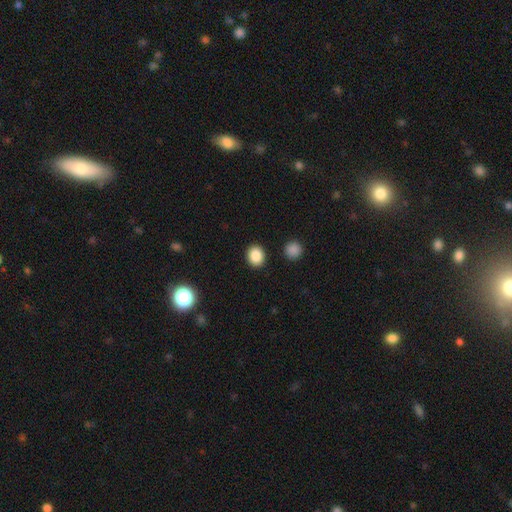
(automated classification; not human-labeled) Morphology: type=smooth (87%); roundness=round (69%); merging=none (90%).